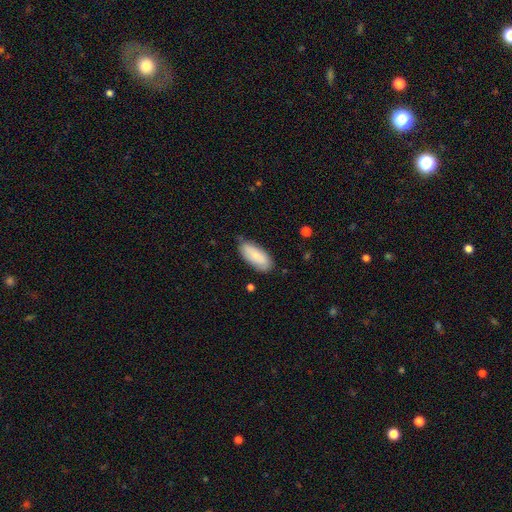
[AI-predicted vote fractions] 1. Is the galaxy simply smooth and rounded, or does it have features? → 77% smooth, 17% featured or disk, 6% star or artifact.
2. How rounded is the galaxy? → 85% in between, 13% cigar-shaped, 2% round.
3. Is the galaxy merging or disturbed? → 76% none, 19% minor disturbance, 3% major disturbance, 2% merger.